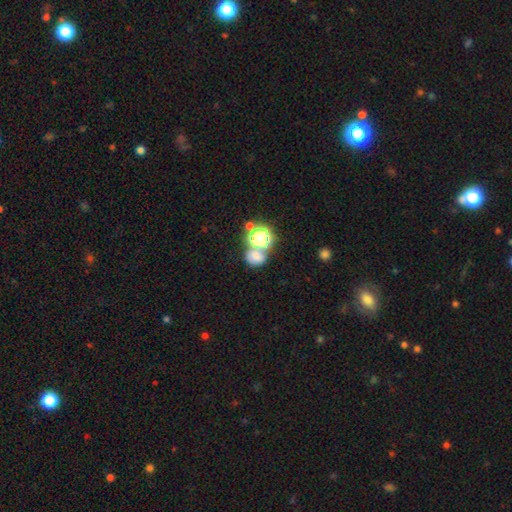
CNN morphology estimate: A smooth galaxy with no disk features (64%) that is round (64%). Merging: none (49%).